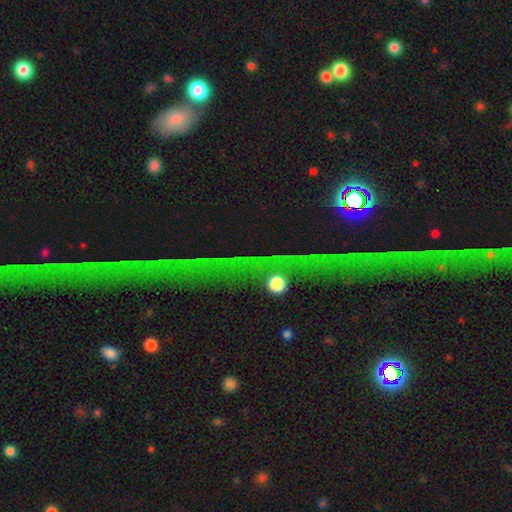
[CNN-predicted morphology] smooth-or-featured: star or artifact: 79% | featured or disk: 12% | smooth: 9%